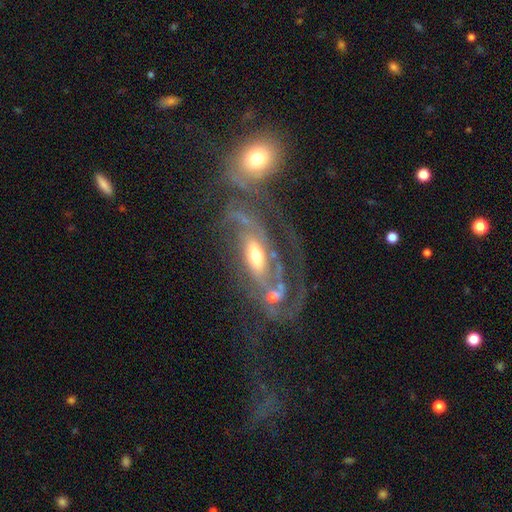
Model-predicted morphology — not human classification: Smooth or featured?
  - featured or disk: 82% *
  - smooth: 11%
  - star or artifact: 7%
Edge-on disk?
  - no: 91% *
  - yes: 9%
Bar?
  - no: 41% *
  - weak: 33%
  - strong: 26%
Spiral arms?
  - yes: 84% *
  - no: 16%
Spiral winding?
  - medium: 39% *
  - tight: 35%
  - loose: 26%
Spiral arm count?
  - 2: 36% *
  - can't tell: 28%
  - 3: 14%
  - 1: 10%
  - 4: 7%
  - more than 4: 6%
Bulge size?
  - moderate: 64% *
  - small: 22%
  - large: 10%
  - none: 2%
  - dominant: 2%
Merging?
  - none: 38% *
  - major disturbance: 29%
  - merger: 17%
  - minor disturbance: 16%